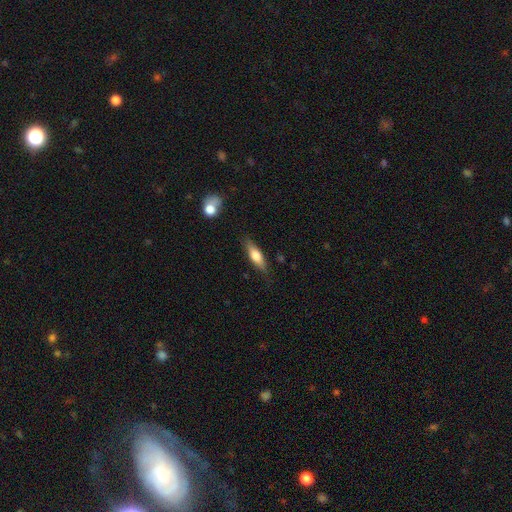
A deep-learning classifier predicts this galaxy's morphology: This appears to be a smooth galaxy with no disk features (61%) that is cigar-shaped (52%). Merging: none (81%).